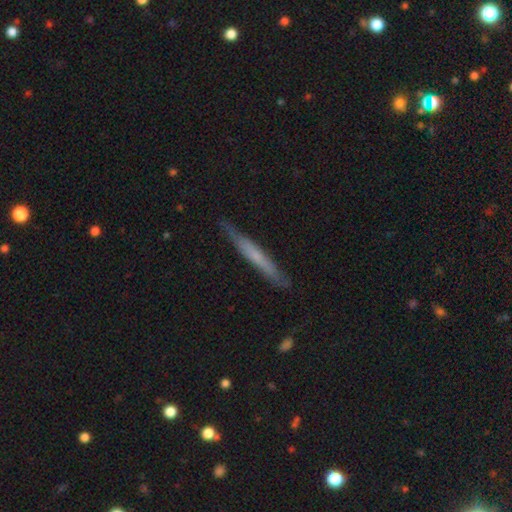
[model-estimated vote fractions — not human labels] Overall: smooth (48%; featured or disk 46%). Merging: none (84%).